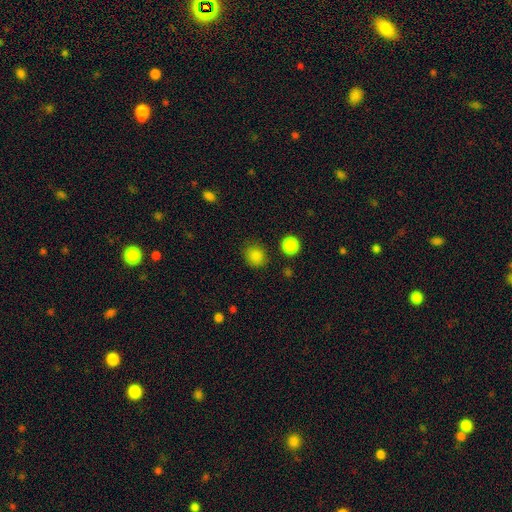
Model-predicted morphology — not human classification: smooth-or-featured: smooth: 84% | star or artifact: 12% | featured or disk: 3%
  how-rounded: round: 84% | in between: 15% | cigar-shaped: 1%
  merging: none: 84% | minor disturbance: 10% | major disturbance: 3% | merger: 3%